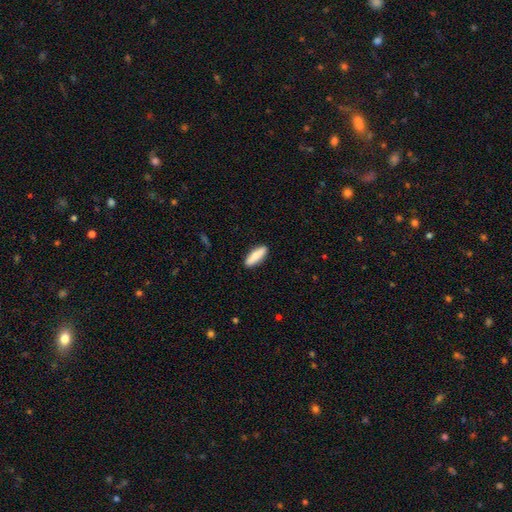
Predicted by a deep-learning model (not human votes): Smooth or featured? smooth (87%)
How rounded? cigar-shaped (52%)
Merging? none (90%)